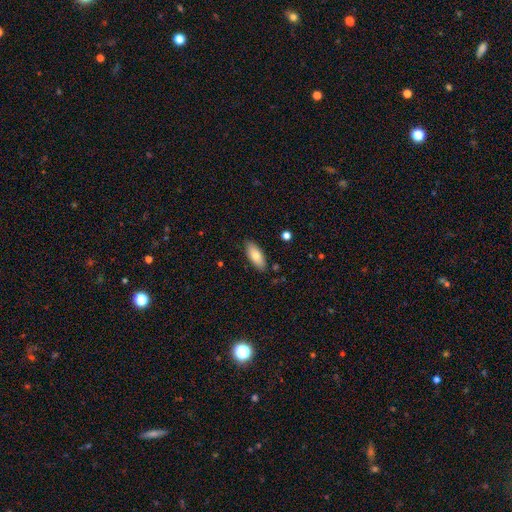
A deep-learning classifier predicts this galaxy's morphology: smooth_or_featured: smooth (p=0.78) [alt: featured or disk p=0.16]
how_rounded: in between (p=0.81) [alt: cigar-shaped p=0.17]
merging: none (p=0.85) [alt: minor disturbance p=0.11]